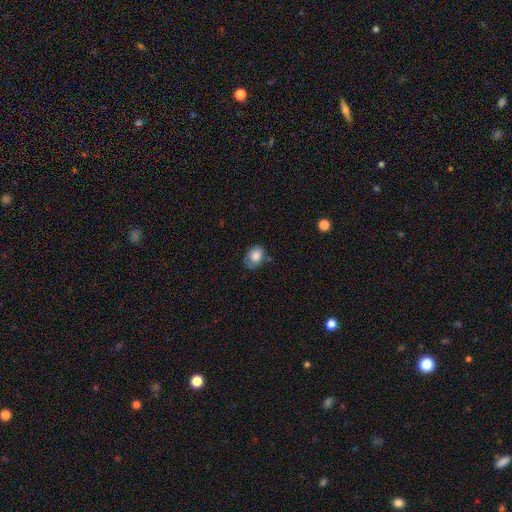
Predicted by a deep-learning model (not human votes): Smooth or featured? Predicted: smooth (p=0.82). How rounded? Predicted: in between (p=0.71). Merging? Predicted: none (p=0.58).